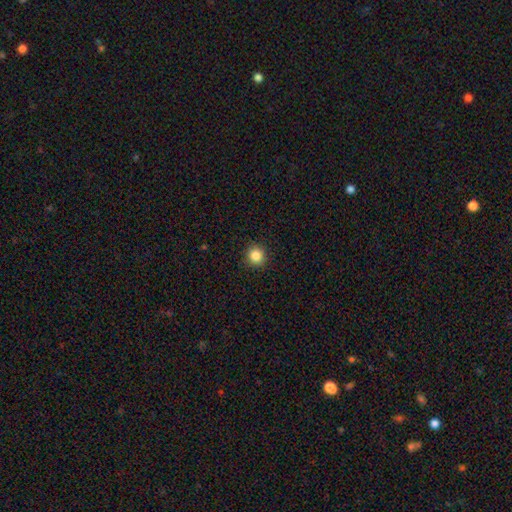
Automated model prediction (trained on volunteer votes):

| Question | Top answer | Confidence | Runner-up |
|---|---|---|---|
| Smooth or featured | smooth | 85% | star or artifact (11%) |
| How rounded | round | 93% | in between (6%) |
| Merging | none | 92% | minor disturbance (5%) |